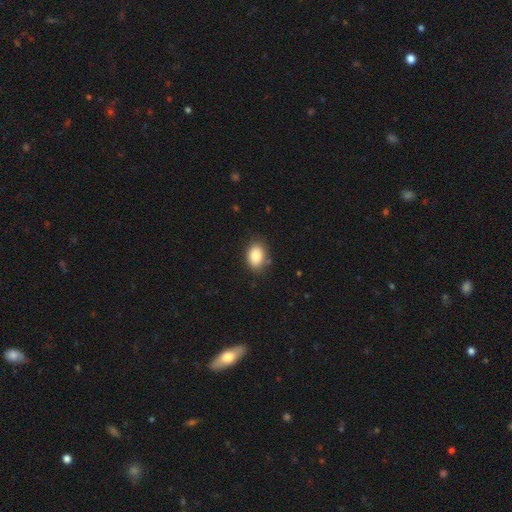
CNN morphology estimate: Smooth or featured? Predicted: smooth (p=0.84). How rounded? Predicted: in between (p=0.81). Merging? Predicted: none (p=0.79).